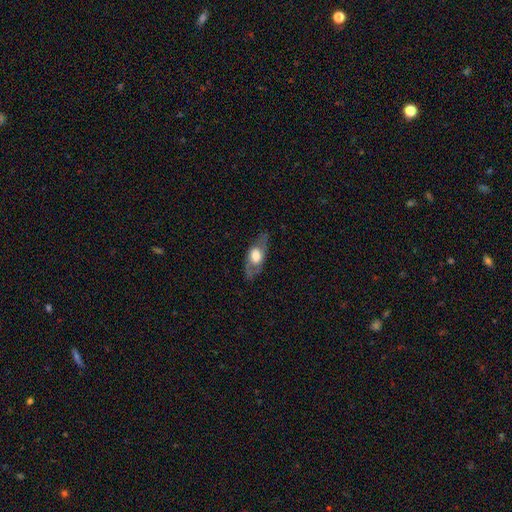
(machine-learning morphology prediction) A featured or disk galaxy (56%).

Vote fractions:
- Smooth or featured? featured or disk: 56% / smooth: 39% / star or artifact: 6%
- Edge-on disk? no: 64% / yes: 36%
- Merging? none: 74% / minor disturbance: 17% / major disturbance: 8% / merger: 1%